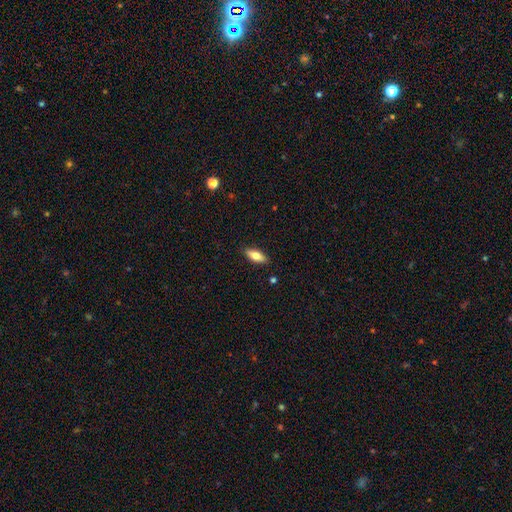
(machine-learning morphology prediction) type=smooth (77%); roundness=in between (79%); merging=none (88%).